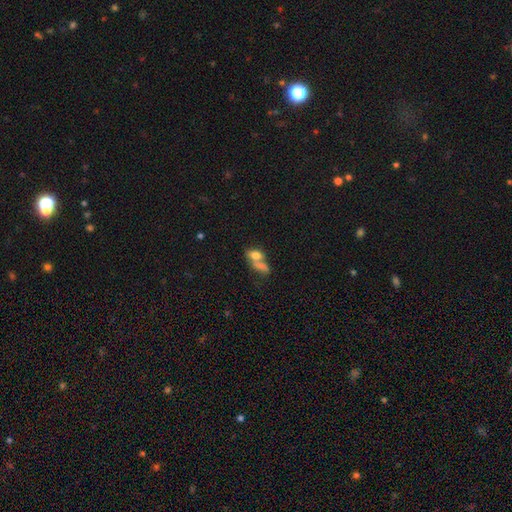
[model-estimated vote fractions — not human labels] smooth 71%, featured or disk 18%, star or artifact 11%. Down the decision tree: how rounded — in between (72%); merging — merger (55%).